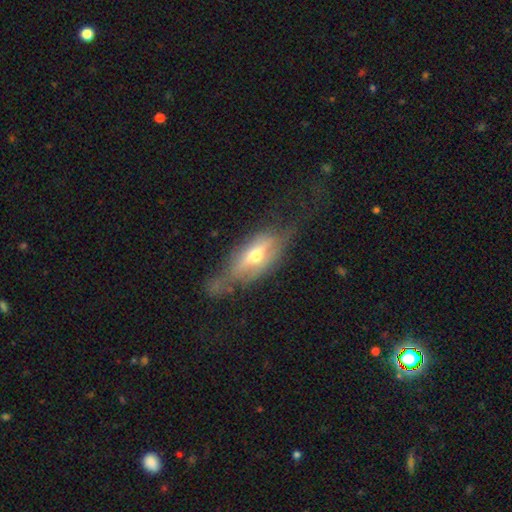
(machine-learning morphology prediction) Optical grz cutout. It shows a featured or disk galaxy (60%) viewed edge-on (68%). Merging: none (46%).